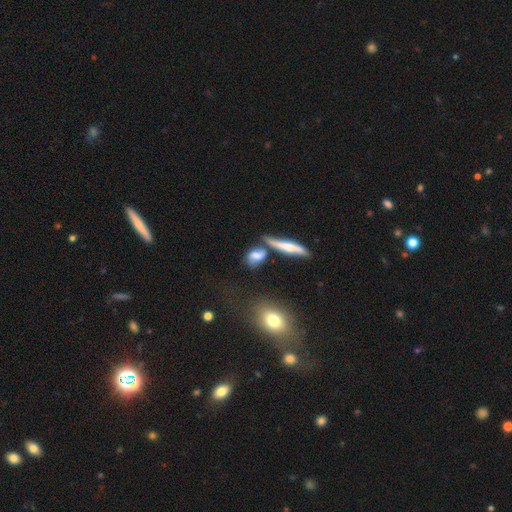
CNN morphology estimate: Overall: smooth (63%; featured or disk 27%). How rounded: in between (64%). Merging: none (45%; merger 26%).